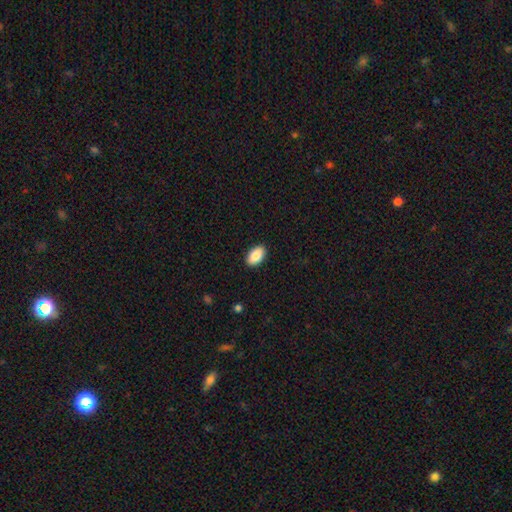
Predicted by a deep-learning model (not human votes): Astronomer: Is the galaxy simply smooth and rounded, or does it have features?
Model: smooth — 88%.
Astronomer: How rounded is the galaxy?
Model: in between — 94%.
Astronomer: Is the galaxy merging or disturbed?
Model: none — 90%.